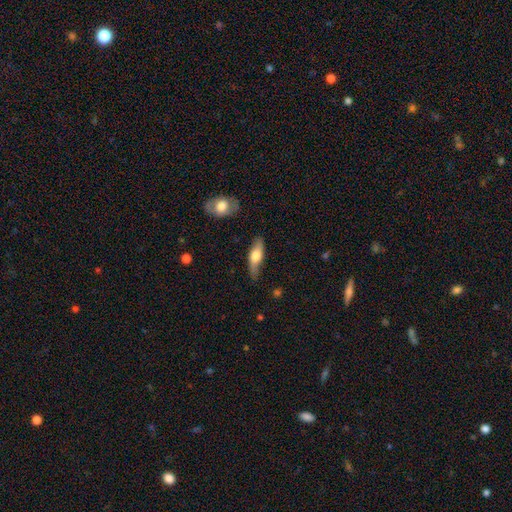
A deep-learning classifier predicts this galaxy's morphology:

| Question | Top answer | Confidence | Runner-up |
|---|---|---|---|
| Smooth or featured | smooth | 56% | featured or disk (38%) |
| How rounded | in between | 54% | cigar-shaped (43%) |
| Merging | none | 72% | minor disturbance (21%) |